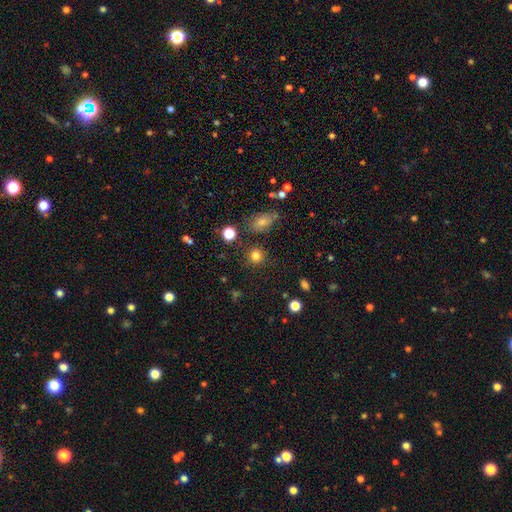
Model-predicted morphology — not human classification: Smooth or featured?
  - smooth: 80% *
  - star or artifact: 14%
  - featured or disk: 5%
How rounded?
  - round: 90% *
  - in between: 9%
  - cigar-shaped: 1%
Merging?
  - none: 84% *
  - minor disturbance: 9%
  - merger: 4%
  - major disturbance: 3%